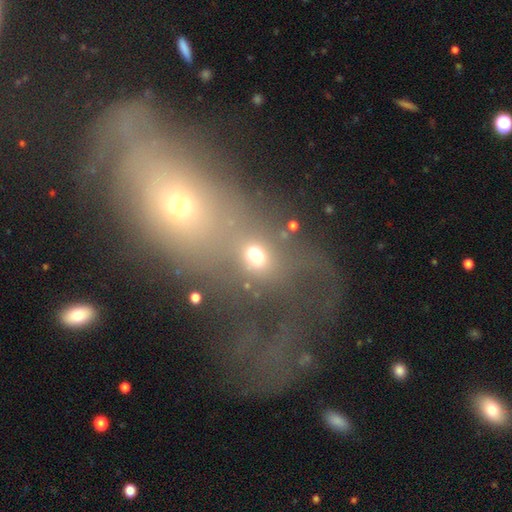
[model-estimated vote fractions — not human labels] Overall: smooth (62%; star or artifact 22%). How rounded: round (56%; in between 41%). Merging: merger (43%; none 35%).